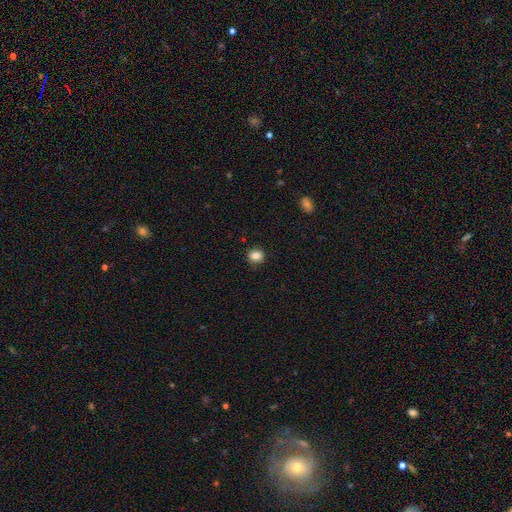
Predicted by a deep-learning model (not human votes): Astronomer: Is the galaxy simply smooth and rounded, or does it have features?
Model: smooth — 84%.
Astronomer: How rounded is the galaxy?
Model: round — 75%.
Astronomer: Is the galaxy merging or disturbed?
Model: none — 87%.